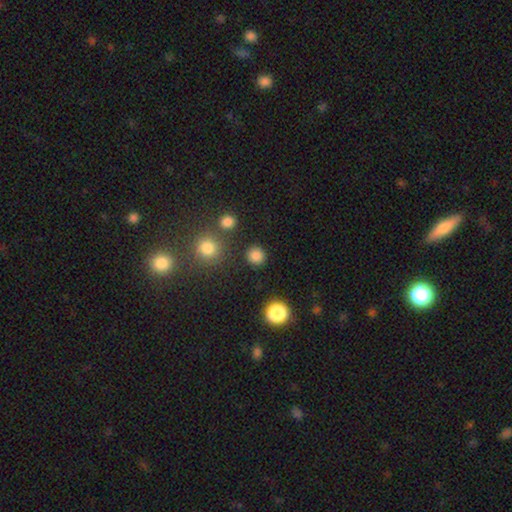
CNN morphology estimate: Smooth or featured? smooth (83%)
How rounded? round (92%)
Merging? none (88%)